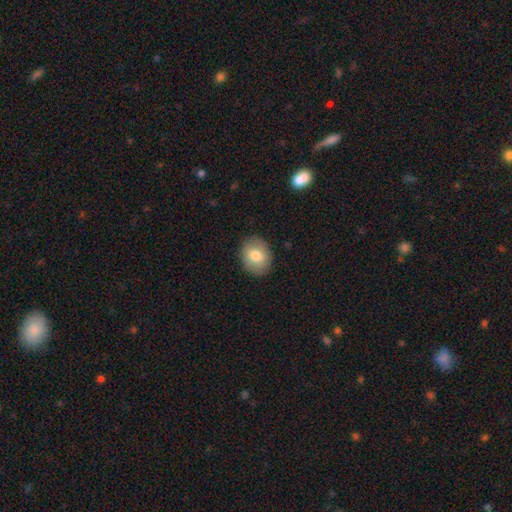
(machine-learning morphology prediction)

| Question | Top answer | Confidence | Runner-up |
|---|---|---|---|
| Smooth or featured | smooth | 76% | featured or disk (16%) |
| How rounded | in between | 50% | round (49%) |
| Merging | none | 87% | minor disturbance (10%) |